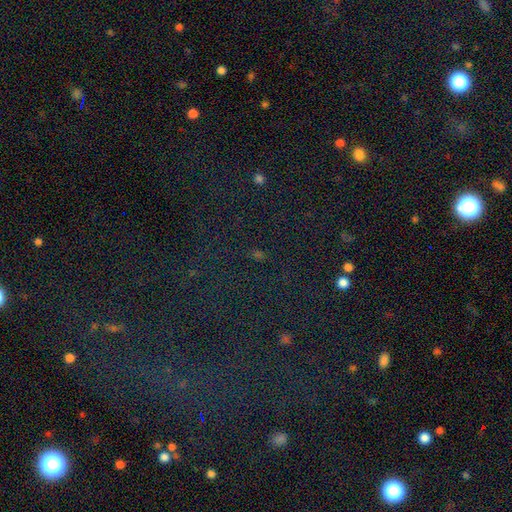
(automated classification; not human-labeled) smooth_or_featured: star or artifact (p=0.79) [alt: smooth p=0.13]